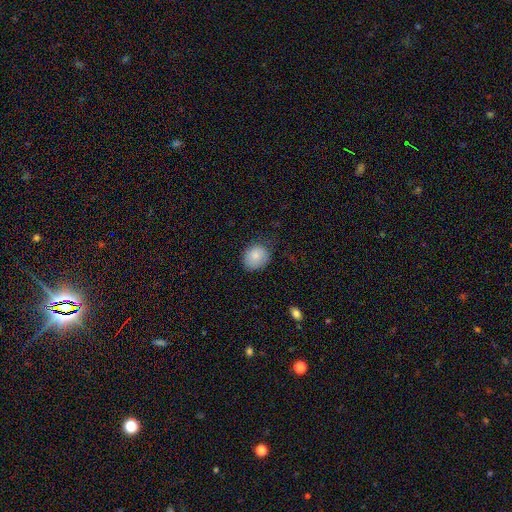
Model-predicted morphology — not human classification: Smooth or featured? Predicted: smooth (p=0.83). How rounded? Predicted: round (p=0.66). Merging? Predicted: none (p=0.72).